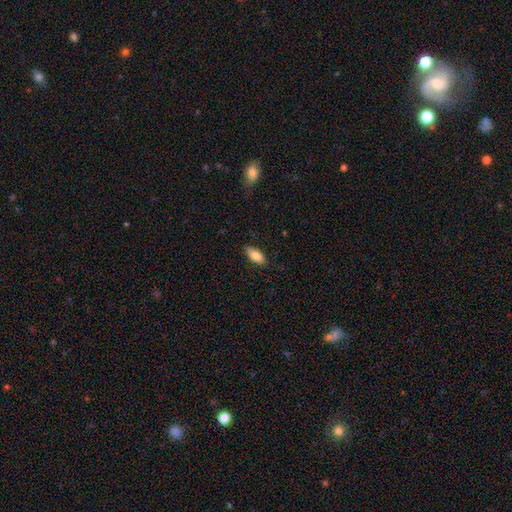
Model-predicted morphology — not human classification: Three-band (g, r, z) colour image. It shows a smooth galaxy with no disk features (82%) that is in between round and cigar-shaped (83%). Merging: none (85%).